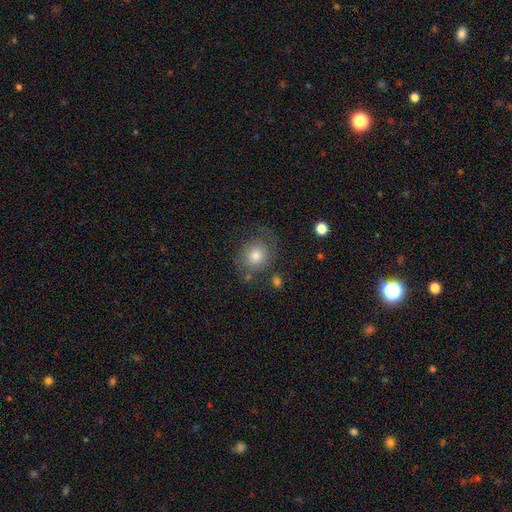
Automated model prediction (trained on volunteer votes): Smooth or featured?
  - smooth: 67% *
  - featured or disk: 22%
  - star or artifact: 10%
How rounded?
  - round: 74% *
  - in between: 25%
  - cigar-shaped: 1%
Merging?
  - none: 63% *
  - minor disturbance: 21%
  - major disturbance: 12%
  - merger: 4%